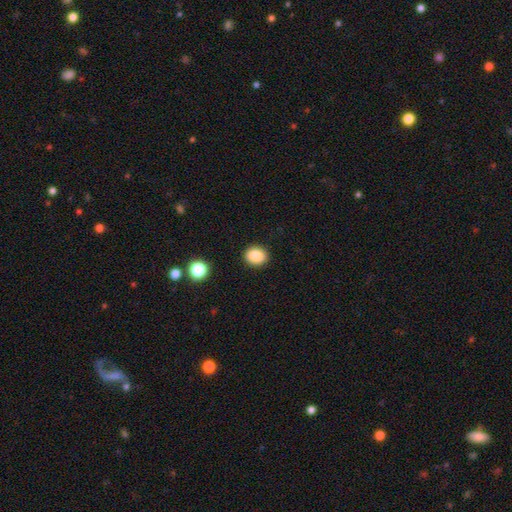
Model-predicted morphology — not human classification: Q: Smooth or featured?
A: smooth (87%); runner-up: star or artifact (9%)
Q: How rounded?
A: round (59%); runner-up: in between (40%)
Q: Merging?
A: none (90%); runner-up: minor disturbance (6%)